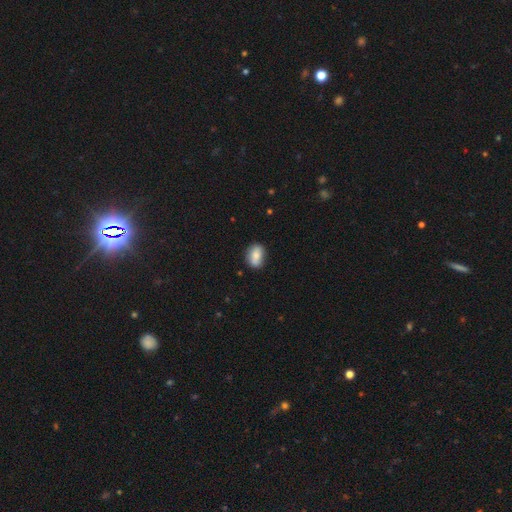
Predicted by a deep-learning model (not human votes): A smooth galaxy with no disk features (78%) that is in between round and cigar-shaped (81%).

Vote fractions:
- Smooth or featured? smooth: 78% / featured or disk: 14% / star or artifact: 7%
- How rounded? in between: 81% / round: 16% / cigar-shaped: 3%
- Merging? none: 78% / minor disturbance: 17% / major disturbance: 3% / merger: 2%